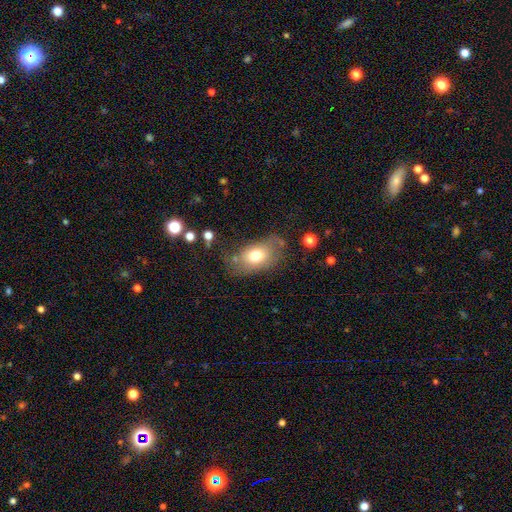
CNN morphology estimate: Smooth or featured: smooth — 71% (featured or disk — 20%)
How rounded: in between — 82% (round — 16%)
Merging: none — 61% (minor disturbance — 23%)